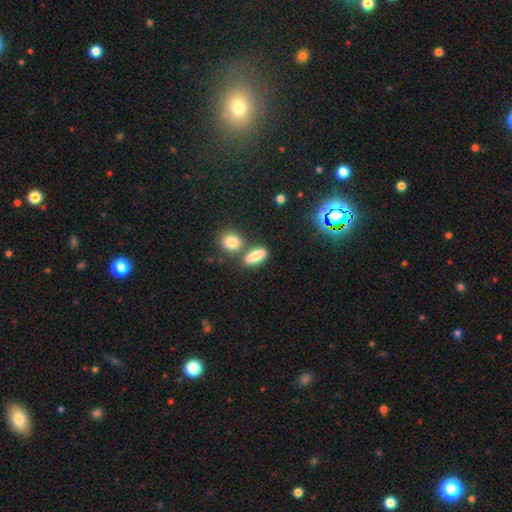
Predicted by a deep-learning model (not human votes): Morphology: type=smooth (78%); roundness=in between (70%); merging=none (65%).